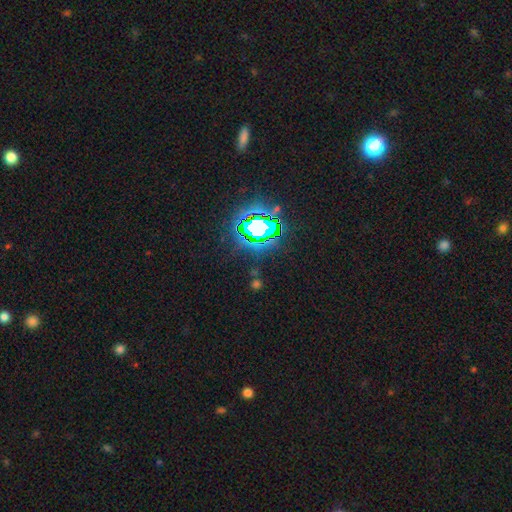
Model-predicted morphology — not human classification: A star or artifact, not a galaxy (79%).

Vote fractions:
- Smooth or featured? star or artifact: 79% / smooth: 13% / featured or disk: 8%